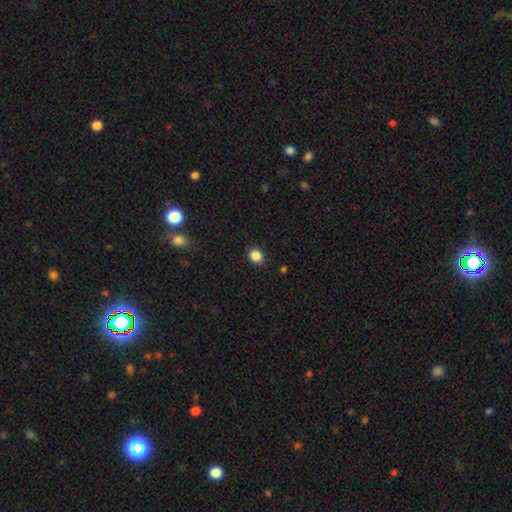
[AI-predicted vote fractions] smooth-or-featured: smooth: 86% | star or artifact: 11% | featured or disk: 4%
  how-rounded: round: 68% | in between: 31% | cigar-shaped: 1%
  merging: none: 90% | minor disturbance: 7% | major disturbance: 2% | merger: 1%